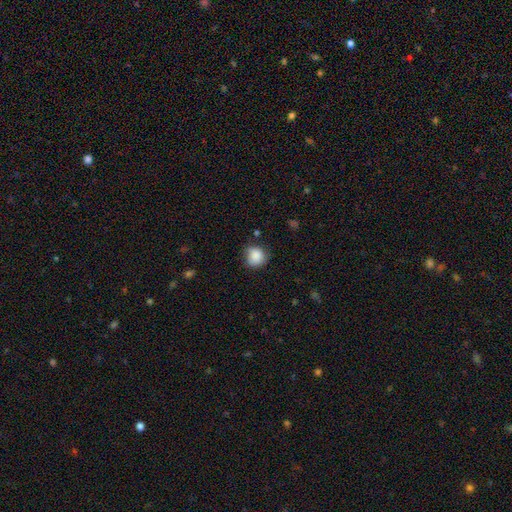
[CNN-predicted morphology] Overall: smooth (86%). How rounded: round (84%). Merging: none (68%).